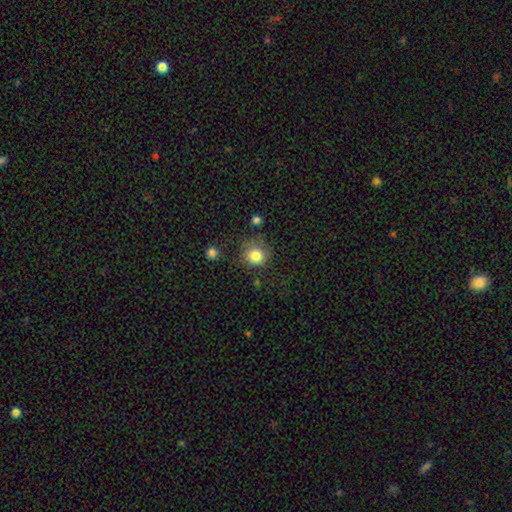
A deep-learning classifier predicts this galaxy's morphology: This is clearly a smooth galaxy (83%). How rounded: clearly round (85%). Merging: likely none (70%).